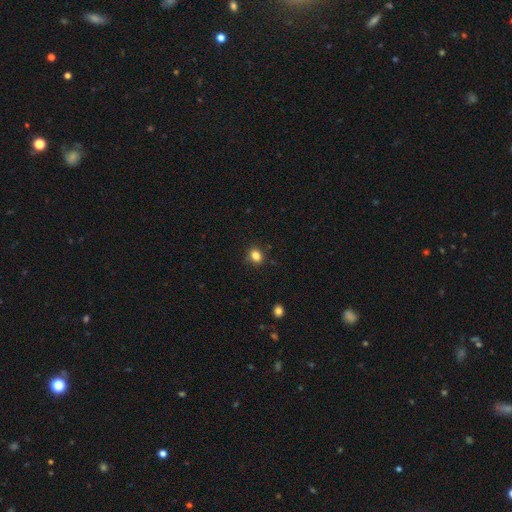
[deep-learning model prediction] smooth_or_featured: smooth (p=0.83) [alt: star or artifact p=0.12]
how_rounded: round (p=0.60) [alt: in between p=0.38]
merging: none (p=0.86) [alt: minor disturbance p=0.10]